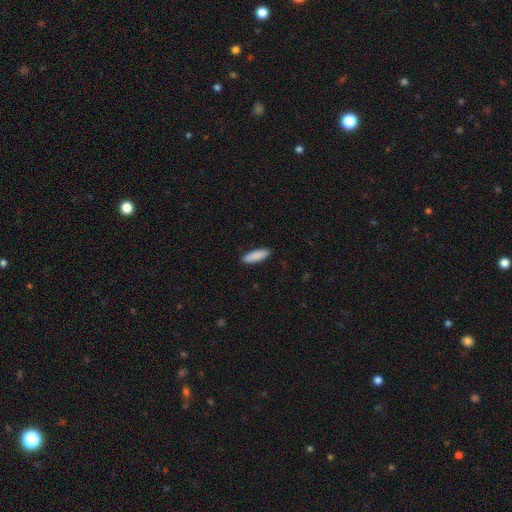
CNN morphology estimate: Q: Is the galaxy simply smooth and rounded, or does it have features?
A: smooth — 89%.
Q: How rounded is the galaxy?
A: in between — 50%.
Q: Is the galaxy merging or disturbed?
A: none — 90%.